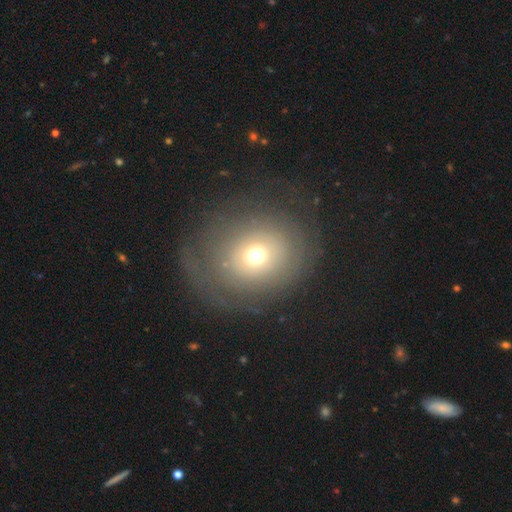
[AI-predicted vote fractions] smooth-or-featured: smooth: 52% | featured or disk: 34% | star or artifact: 14%
  how-rounded: round: 69% | in between: 30% | cigar-shaped: 1%
  merging: none: 62% | major disturbance: 19% | minor disturbance: 17% | merger: 2%